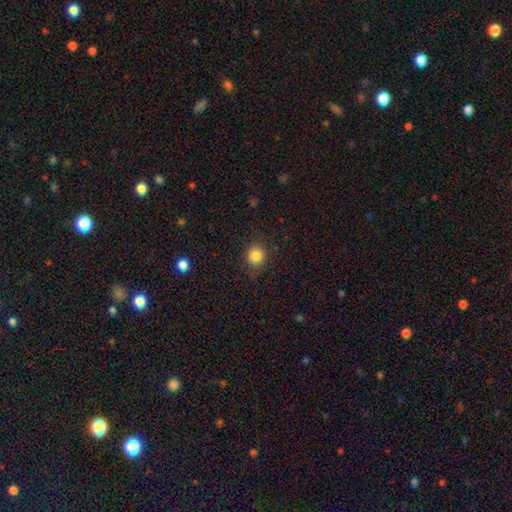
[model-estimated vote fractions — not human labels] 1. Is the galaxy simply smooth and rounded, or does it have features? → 85% smooth, 10% star or artifact, 5% featured or disk.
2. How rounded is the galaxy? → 83% round, 16% in between, 1% cigar-shaped.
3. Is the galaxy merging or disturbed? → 82% none, 13% minor disturbance, 4% major disturbance, 1% merger.